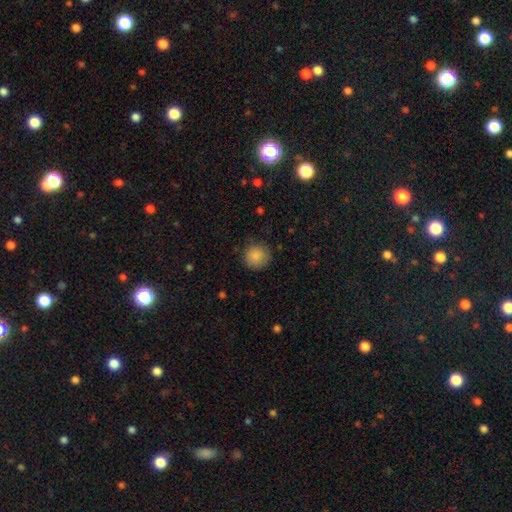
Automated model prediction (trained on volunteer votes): A smooth galaxy with no disk features (87%) that is round (93%). Merging: none (83%).